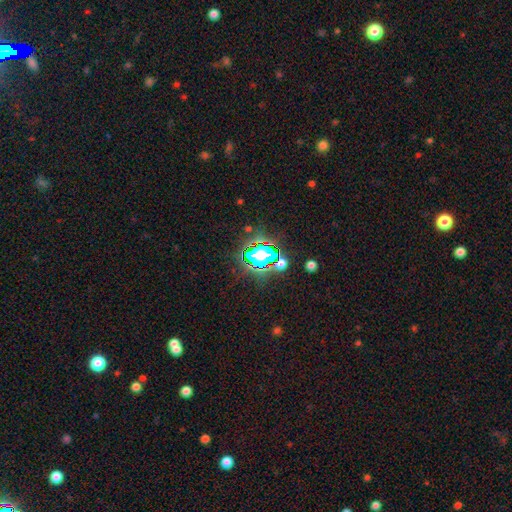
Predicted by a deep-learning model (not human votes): Smooth or featured: star or artifact — 74% (smooth — 16%)